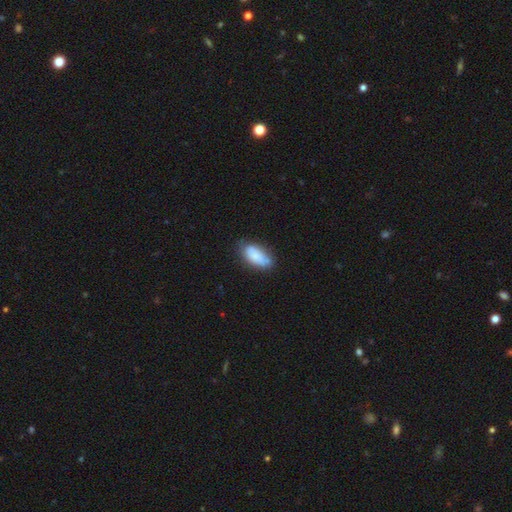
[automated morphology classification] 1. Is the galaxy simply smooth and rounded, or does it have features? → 79% smooth, 14% featured or disk, 7% star or artifact.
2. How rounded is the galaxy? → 91% in between, 7% cigar-shaped, 3% round.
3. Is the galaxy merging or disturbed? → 64% none, 25% minor disturbance, 6% major disturbance, 5% merger.